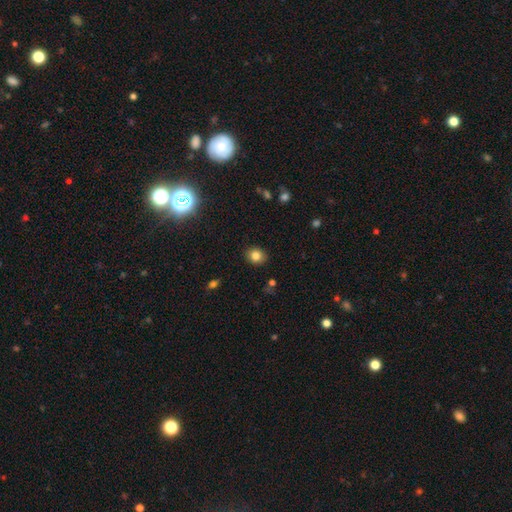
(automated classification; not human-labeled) This is clearly a smooth galaxy (82%). How rounded: likely round (61%). Merging: clearly none (88%).